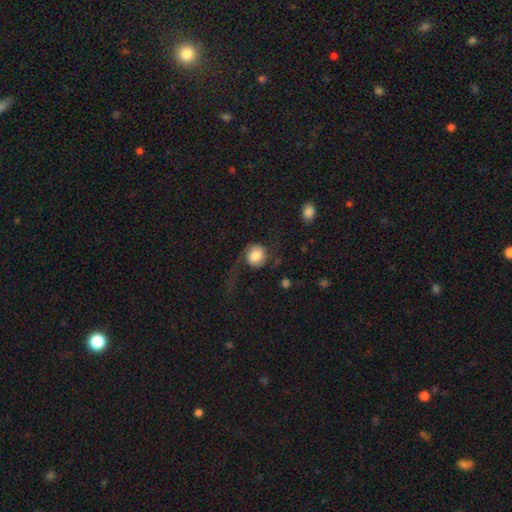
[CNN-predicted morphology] Smooth or featured? smooth (59%)
How rounded? round (85%)
Merging? none (47%)